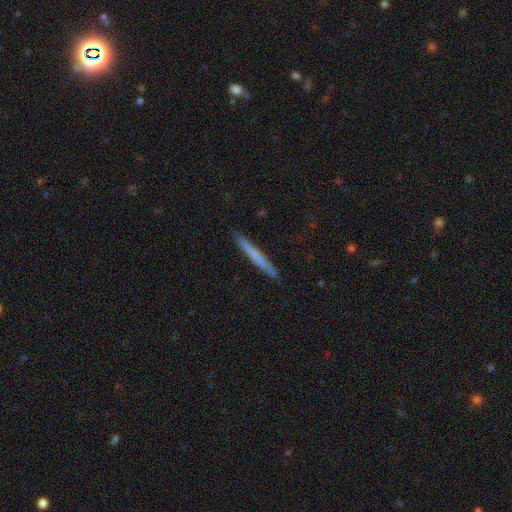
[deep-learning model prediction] Morphology: type=smooth (63%); roundness=cigar-shaped (97%); merging=none (91%).